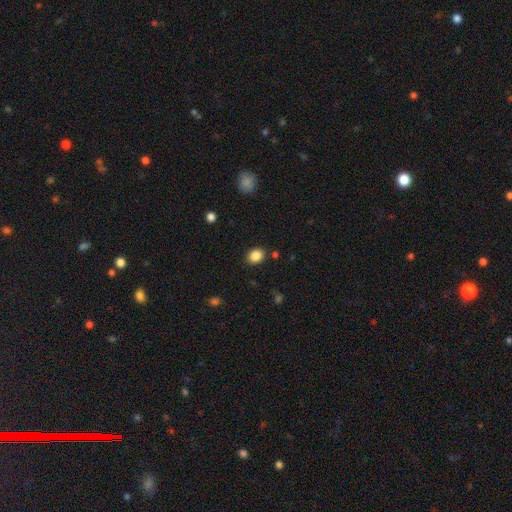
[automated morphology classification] A smooth galaxy with no disk features (86%) that is round (50%).

Vote fractions:
- Smooth or featured? smooth: 86% / star or artifact: 10% / featured or disk: 4%
- How rounded? round: 50% / in between: 49% / cigar-shaped: 1%
- Merging? none: 86% / minor disturbance: 9% / major disturbance: 3% / merger: 2%